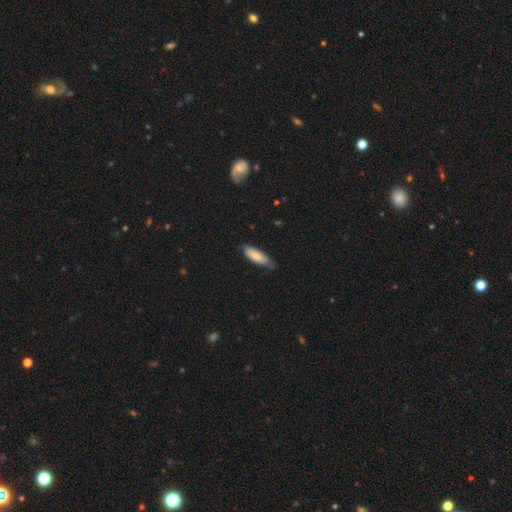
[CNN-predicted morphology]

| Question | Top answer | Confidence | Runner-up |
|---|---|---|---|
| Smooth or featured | smooth | 83% | featured or disk (11%) |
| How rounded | in between | 54% | cigar-shaped (44%) |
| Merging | none | 67% | minor disturbance (28%) |